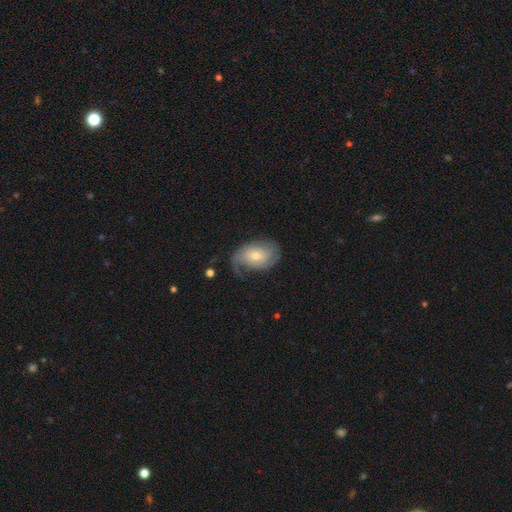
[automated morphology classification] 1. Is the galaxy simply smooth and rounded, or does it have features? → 64% featured or disk, 30% smooth, 6% star or artifact.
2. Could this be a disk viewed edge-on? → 96% no, 4% yes.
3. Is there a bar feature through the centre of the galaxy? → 59% no, 35% weak, 7% strong.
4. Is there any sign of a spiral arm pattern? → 86% yes, 14% no.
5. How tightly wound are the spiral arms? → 35% medium, 33% loose, 32% tight.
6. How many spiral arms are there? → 43% 2, 27% 1, 21% can't tell, 5% 3, 2% 4, 2% more than 4.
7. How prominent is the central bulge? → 49% moderate, 45% small, 3% large, 2% none, 1% dominant.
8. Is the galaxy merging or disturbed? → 52% none, 25% minor disturbance, 21% major disturbance, 2% merger.